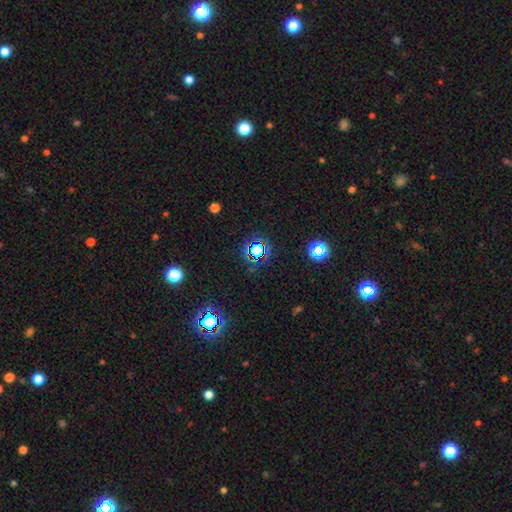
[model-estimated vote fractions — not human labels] The model was most divided on "smooth or featured": star or artifact: 75%, smooth: 17%, featured or disk: 9%.